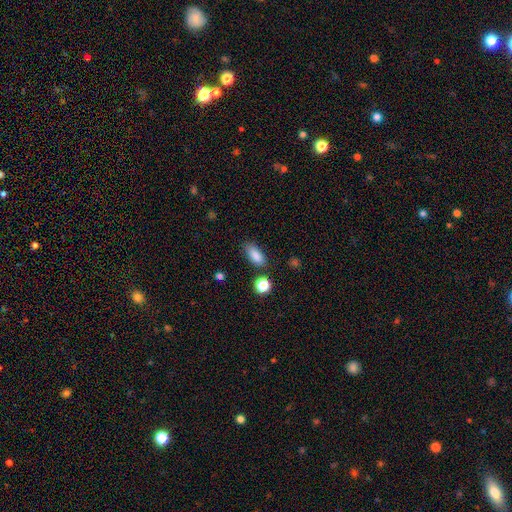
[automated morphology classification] type=smooth (85%); roundness=in between (81%); merging=none (78%).